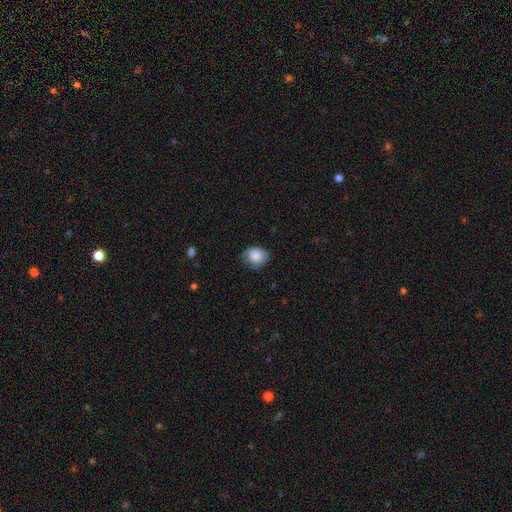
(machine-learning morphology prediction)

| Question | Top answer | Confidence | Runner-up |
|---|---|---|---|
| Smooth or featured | smooth | 84% | featured or disk (9%) |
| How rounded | round | 59% | in between (40%) |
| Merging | none | 61% | minor disturbance (30%) |